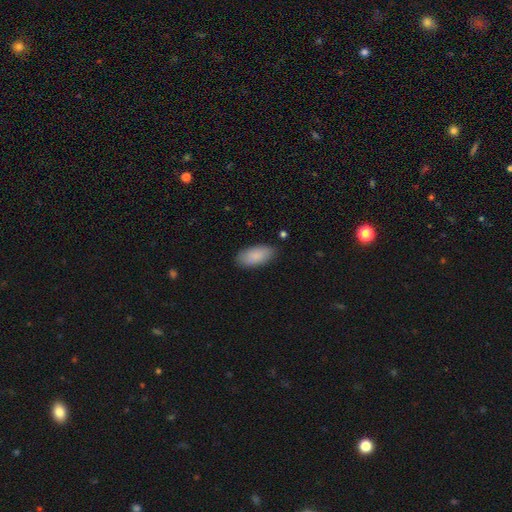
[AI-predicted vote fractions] This appears to be a smooth galaxy with no disk features (89%) that is in between round and cigar-shaped (90%). Merging: none (84%).